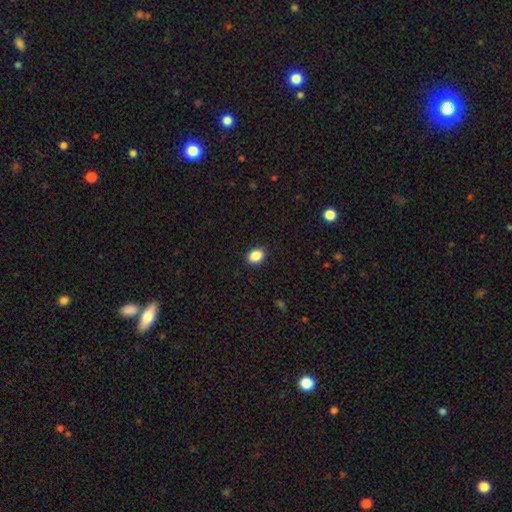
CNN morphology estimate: A smooth galaxy with no disk features (88%) that is in between round and cigar-shaped (73%). Merging: none (90%).